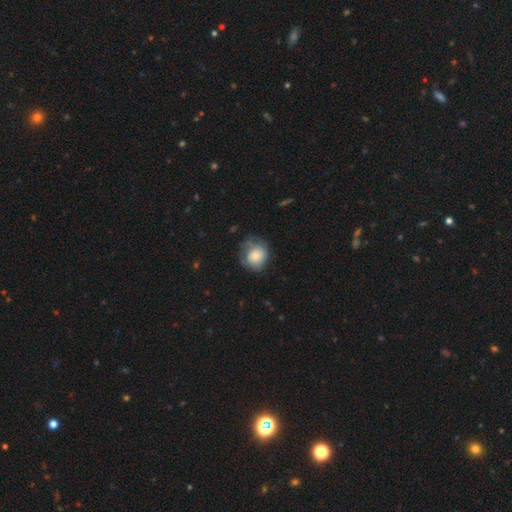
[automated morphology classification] A smooth galaxy with no disk features (71%) that is round (77%). Merging: none (50%).